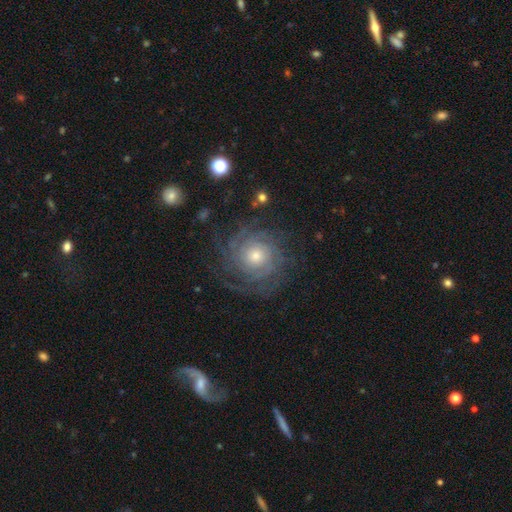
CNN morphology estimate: smooth_or_featured: featured or disk (p=0.81) [alt: smooth p=0.10]
disk_edge_on: no (p=0.97) [alt: yes p=0.03]
bar: no (p=0.81) [alt: weak p=0.16]
has_spiral_arms: yes (p=0.96) [alt: no p=0.04]
spiral_winding: tight (p=0.75) [alt: medium p=0.19]
spiral_arm_count: can't tell (p=0.38) [alt: 4 p=0.18]
bulge_size: moderate (p=0.52) [alt: small p=0.40]
merging: none (p=0.78) [alt: minor disturbance p=0.13]